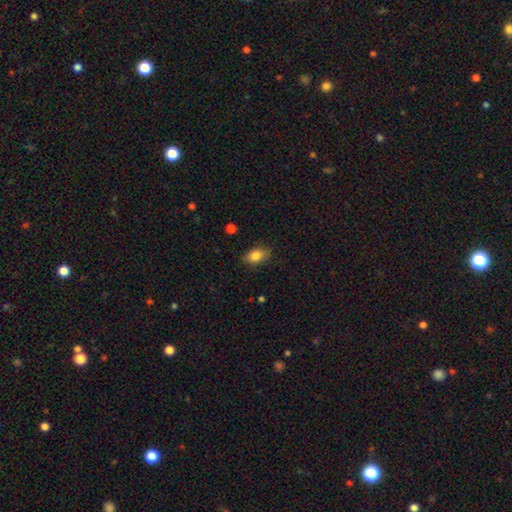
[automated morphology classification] Smooth or featured?
  - smooth: 83% *
  - featured or disk: 9%
  - star or artifact: 8%
How rounded?
  - in between: 84% *
  - round: 14%
  - cigar-shaped: 3%
Merging?
  - none: 83% *
  - minor disturbance: 13%
  - major disturbance: 3%
  - merger: 1%